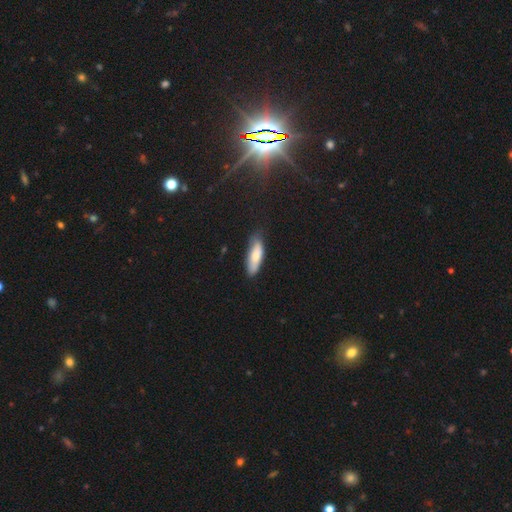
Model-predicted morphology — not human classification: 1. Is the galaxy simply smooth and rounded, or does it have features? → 75% smooth, 20% featured or disk, 6% star or artifact.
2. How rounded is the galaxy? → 54% in between, 44% cigar-shaped, 2% round.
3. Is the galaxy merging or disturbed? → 73% none, 21% minor disturbance, 4% major disturbance, 2% merger.